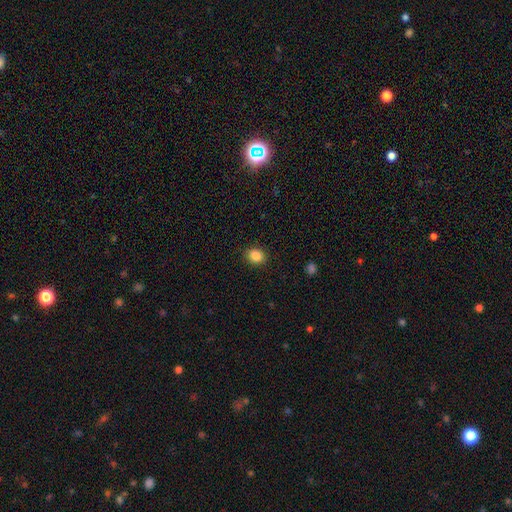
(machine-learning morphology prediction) Smooth or featured? Predicted: smooth (p=0.85). How rounded? Predicted: round (p=0.66). Merging? Predicted: none (p=0.90).